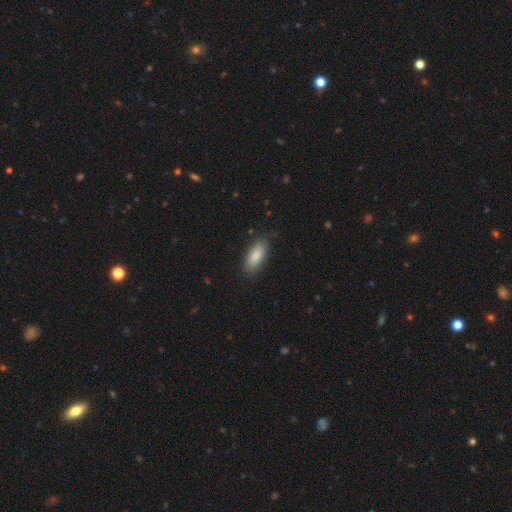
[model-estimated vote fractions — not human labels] The model was most divided on "how rounded": in between: 80%, cigar-shaped: 18%, round: 2%. More confident: smooth or featured — smooth (87%); merging — none (85%).